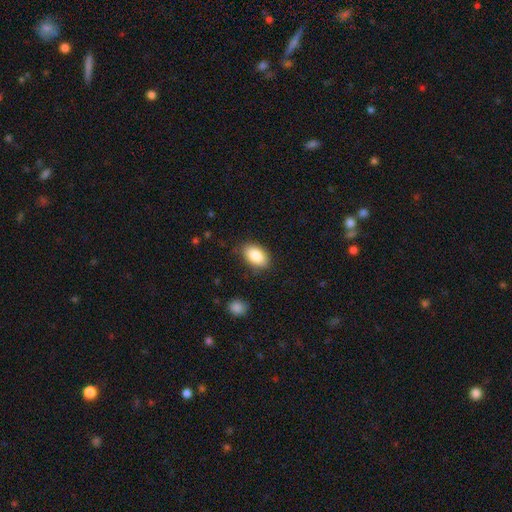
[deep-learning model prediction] Smooth or featured: smooth — 86% (star or artifact — 7%)
How rounded: in between — 92% (round — 6%)
Merging: none — 83% (minor disturbance — 12%)